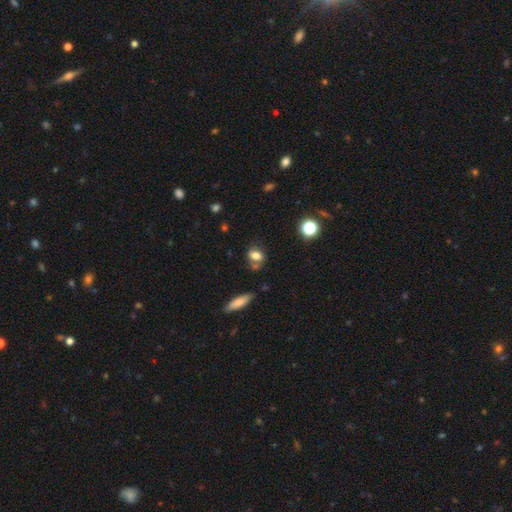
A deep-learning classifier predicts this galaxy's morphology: The model was most divided on "how rounded": in between: 62%, round: 35%, cigar-shaped: 3%. More confident: smooth or featured — smooth (76%); merging — none (56%).